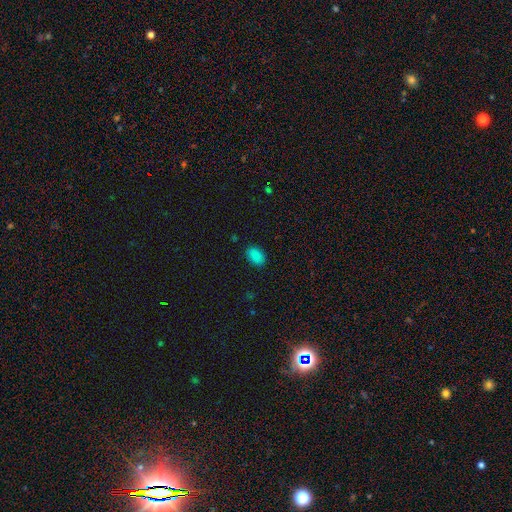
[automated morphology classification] A smooth galaxy with no disk features (87%) that is in between round and cigar-shaped (86%). Merging: none (87%).